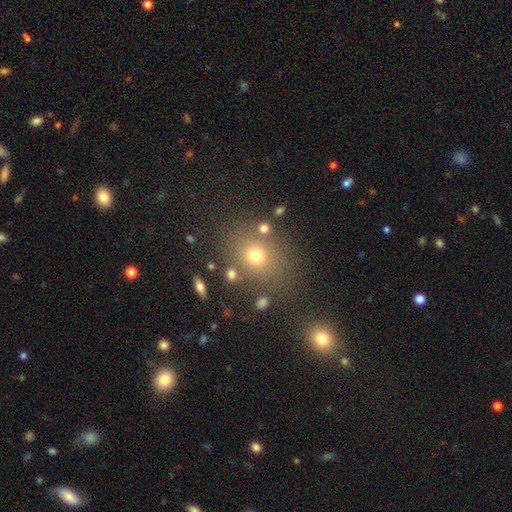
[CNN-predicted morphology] A smooth galaxy with no disk features (69%) that is round (60%).

Vote fractions:
- Smooth or featured? smooth: 69% / star or artifact: 19% / featured or disk: 12%
- How rounded? round: 60% / in between: 39% / cigar-shaped: 1%
- Merging? none: 75% / minor disturbance: 12% / merger: 8% / major disturbance: 6%